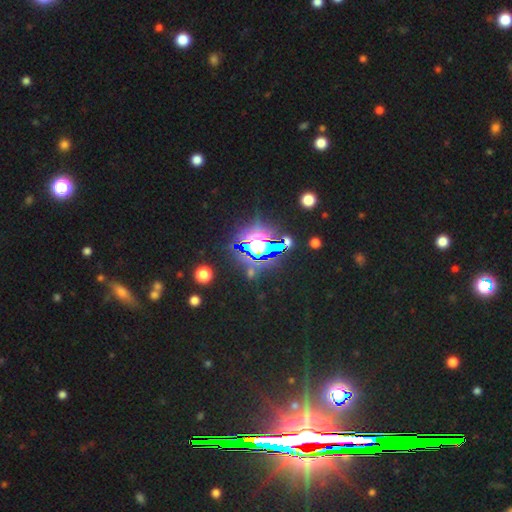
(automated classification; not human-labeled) Overall: star or artifact (79%).